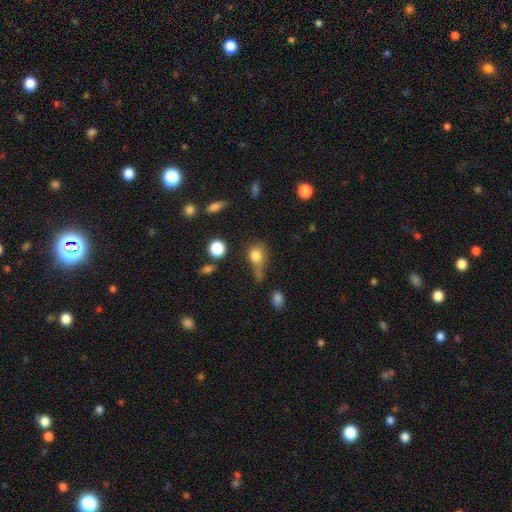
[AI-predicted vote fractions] Q: Smooth or featured?
A: smooth (76%); runner-up: featured or disk (12%)
Q: How rounded?
A: round (56%); runner-up: in between (40%)
Q: Merging?
A: none (32%); runner-up: minor disturbance (27%)